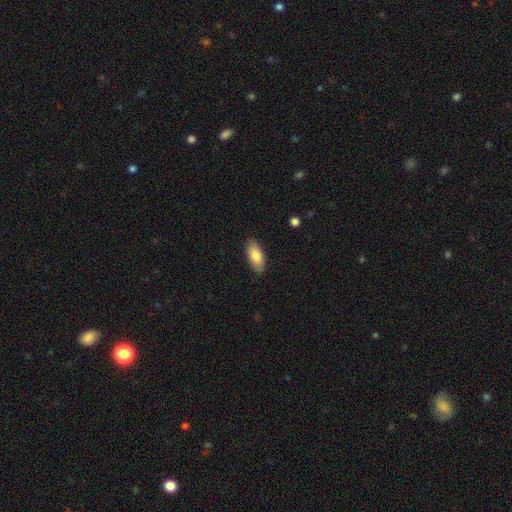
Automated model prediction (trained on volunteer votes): This is clearly a smooth galaxy (83%). How rounded: clearly in between (87%). Merging: clearly none (87%).